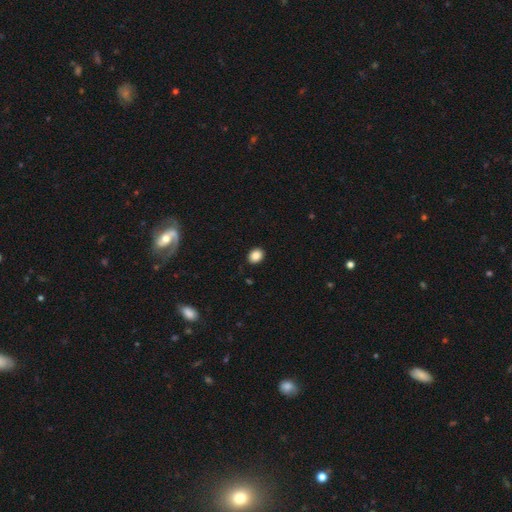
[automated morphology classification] A smooth galaxy with no disk features (87%) that is round (53%). Merging: none (90%).